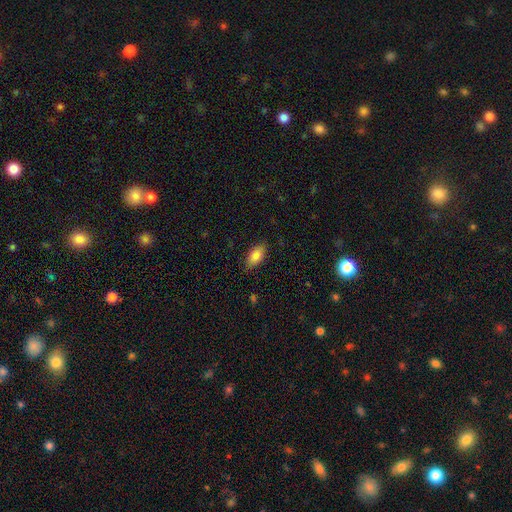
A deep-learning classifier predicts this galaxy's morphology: This appears to be a smooth galaxy with no disk features (85%) that is in between round and cigar-shaped (92%). Merging: none (84%).